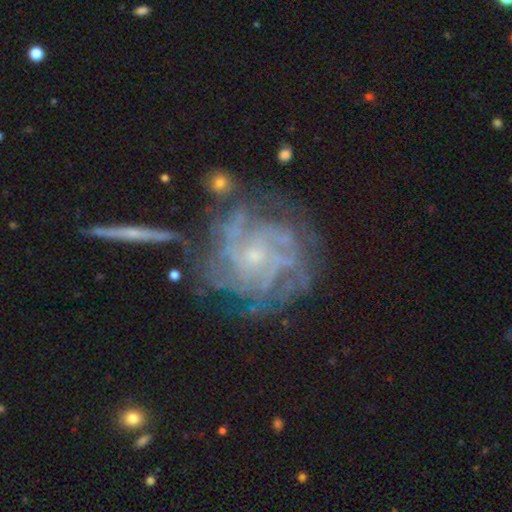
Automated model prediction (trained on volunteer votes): Smooth or featured: featured or disk — 84% (star or artifact — 8%)
Edge-on disk: no — 97% (yes — 3%)
Bar: no — 75% (weak — 20%)
Spiral arms: yes — 93% (no — 7%)
Spiral winding: tight — 65% (medium — 27%)
Spiral arm count: can't tell — 34% (4 — 22%)
Bulge size: small — 78% (moderate — 15%)
Merging: none — 65% (minor disturbance — 17%)